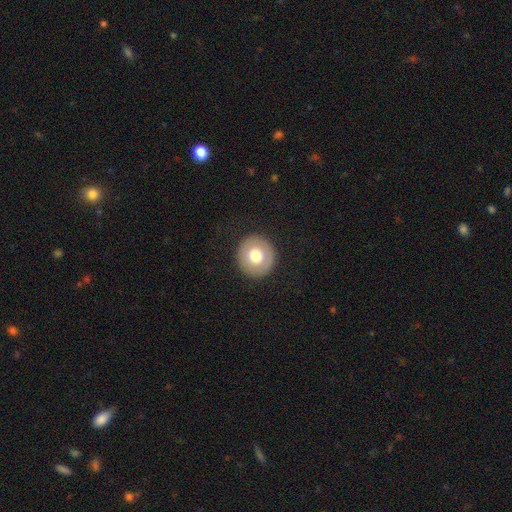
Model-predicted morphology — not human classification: Overall: smooth (69%). How rounded: round (93%). Merging: none (90%).